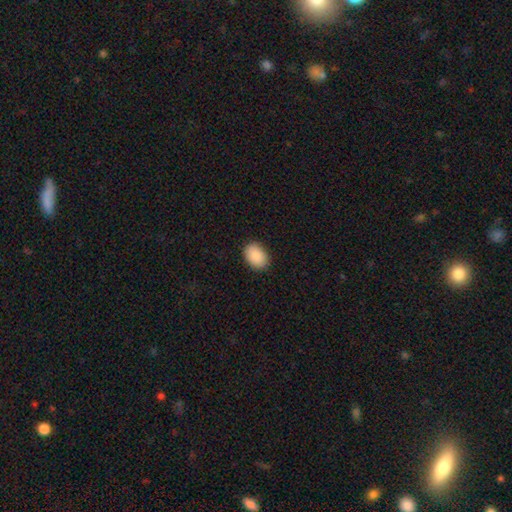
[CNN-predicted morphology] Overall: smooth (90%). How rounded: in between (80%). Merging: none (87%).